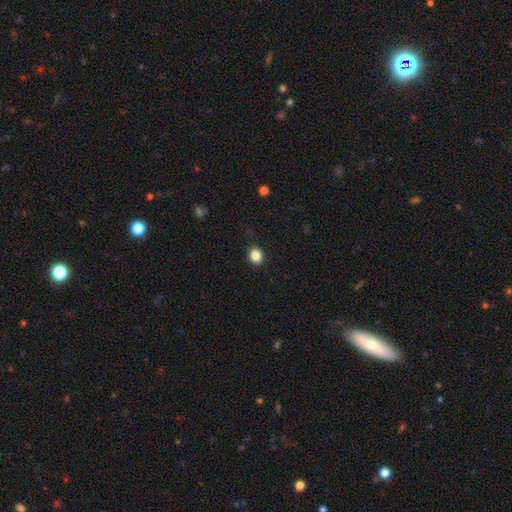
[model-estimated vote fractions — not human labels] Smooth or featured?
  - smooth: 86% *
  - star or artifact: 10%
  - featured or disk: 4%
How rounded?
  - round: 63% *
  - in between: 36%
  - cigar-shaped: 1%
Merging?
  - none: 91% *
  - minor disturbance: 6%
  - major disturbance: 2%
  - merger: 1%